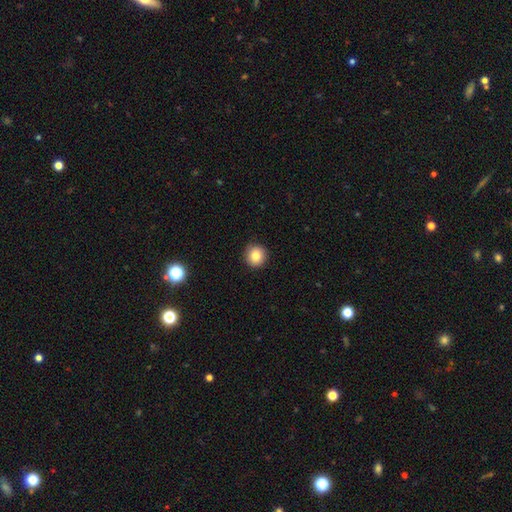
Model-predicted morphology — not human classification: type=smooth (82%); roundness=round (95%); merging=none (91%).